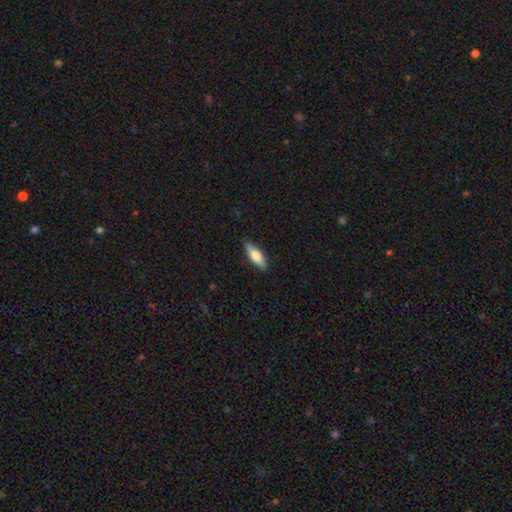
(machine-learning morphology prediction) smooth 64%, featured or disk 31%, star or artifact 6%. Down the decision tree: how rounded — in between (58%); merging — none (86%).